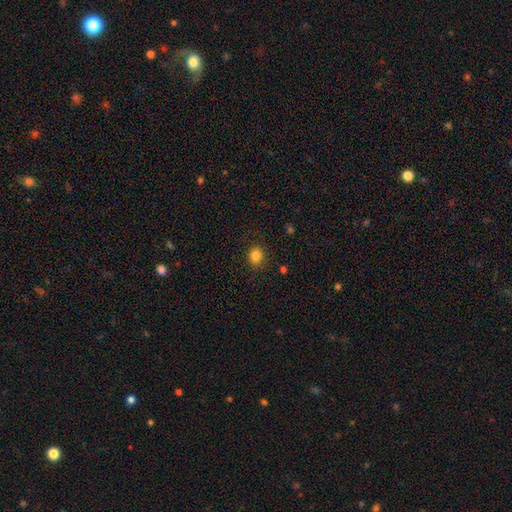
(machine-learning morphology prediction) type=smooth (84%); roundness=round (75%); merging=none (87%).